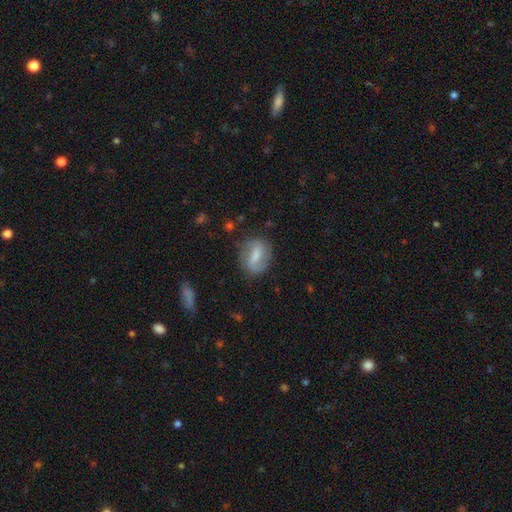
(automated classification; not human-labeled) Smooth or featured? featured or disk (48%)
Merging? none (75%)